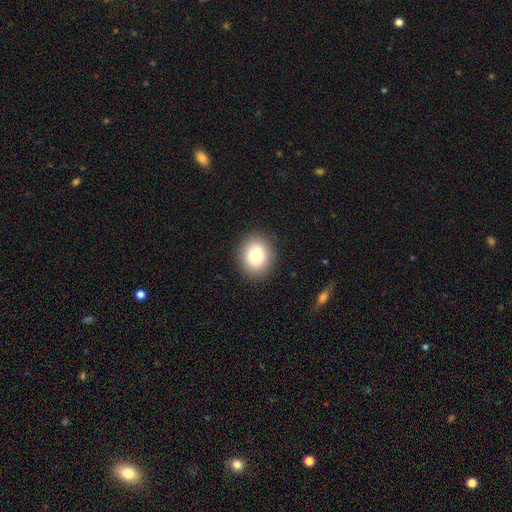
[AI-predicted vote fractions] smooth_or_featured: smooth (p=0.77) [alt: featured or disk p=0.12]
how_rounded: round (p=0.70) [alt: in between p=0.29]
merging: none (p=0.89) [alt: minor disturbance p=0.07]